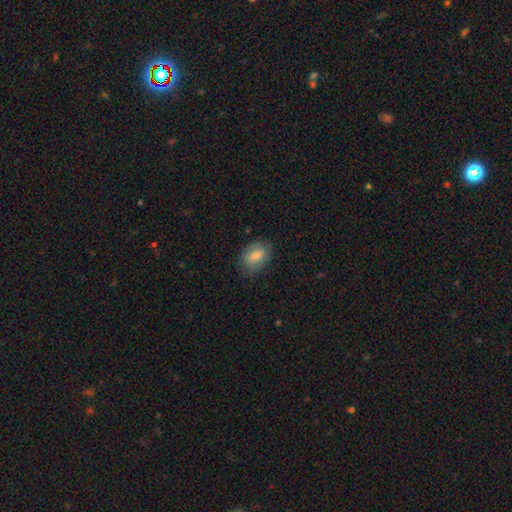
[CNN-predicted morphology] Smooth or featured: smooth — 75% (featured or disk — 17%)
How rounded: in between — 76% (round — 22%)
Merging: none — 81% (minor disturbance — 15%)